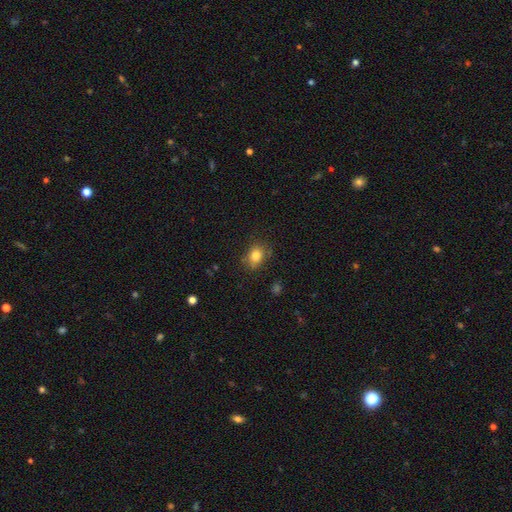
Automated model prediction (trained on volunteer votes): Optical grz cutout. It shows a smooth galaxy with no disk features (83%) that is in between round and cigar-shaped (56%). Merging: none (77%).